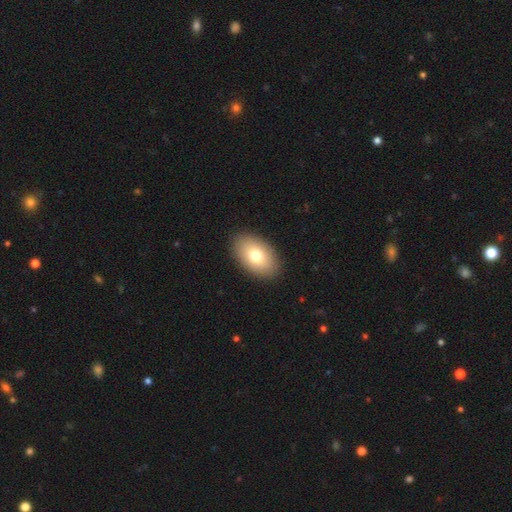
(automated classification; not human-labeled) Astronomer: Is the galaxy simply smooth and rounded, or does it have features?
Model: smooth — 76%.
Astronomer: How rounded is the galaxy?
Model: in between — 91%.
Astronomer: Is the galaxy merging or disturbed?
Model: none — 90%.